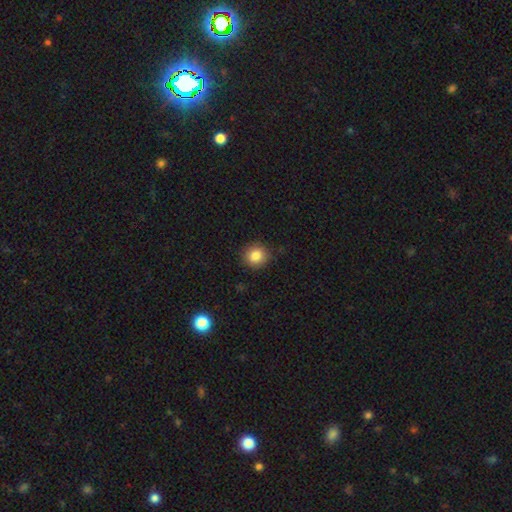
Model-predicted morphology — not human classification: Overall: smooth (84%). How rounded: round (89%). Merging: none (89%).